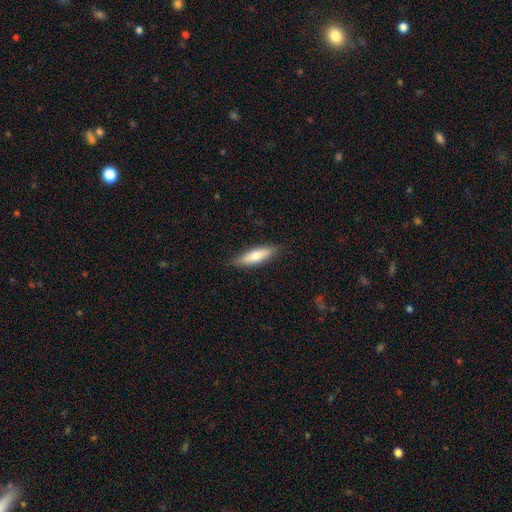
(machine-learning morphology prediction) Q: Smooth or featured?
A: smooth (73%); runner-up: featured or disk (22%)
Q: How rounded?
A: cigar-shaped (62%); runner-up: in between (36%)
Q: Merging?
A: none (85%); runner-up: minor disturbance (12%)